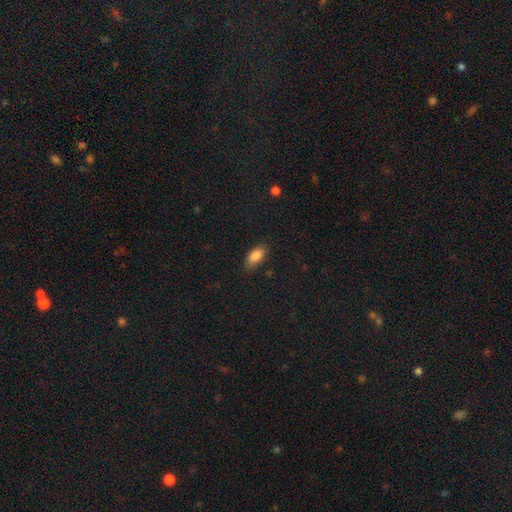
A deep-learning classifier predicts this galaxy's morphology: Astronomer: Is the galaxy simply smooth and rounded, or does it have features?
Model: smooth — 86%.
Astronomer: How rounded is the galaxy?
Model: in between — 90%.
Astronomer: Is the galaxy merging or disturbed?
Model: none — 79%.